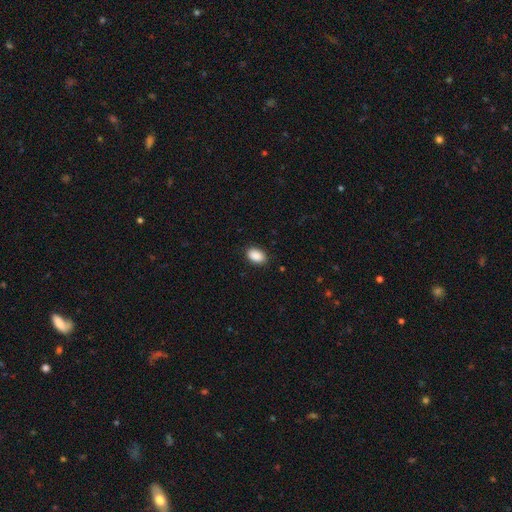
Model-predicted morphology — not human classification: smooth-or-featured: smooth: 90% | star or artifact: 7% | featured or disk: 3%
  how-rounded: in between: 89% | round: 10% | cigar-shaped: 1%
  merging: none: 88% | minor disturbance: 9% | major disturbance: 2% | merger: 1%